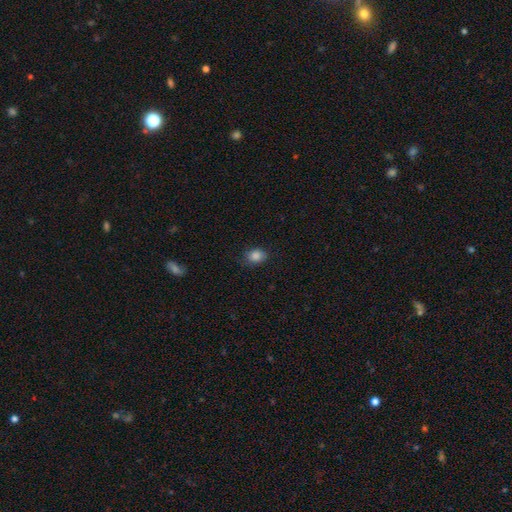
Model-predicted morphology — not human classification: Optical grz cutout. It shows a smooth galaxy with no disk features (86%) that is in between round and cigar-shaped (57%). Merging: none (79%).